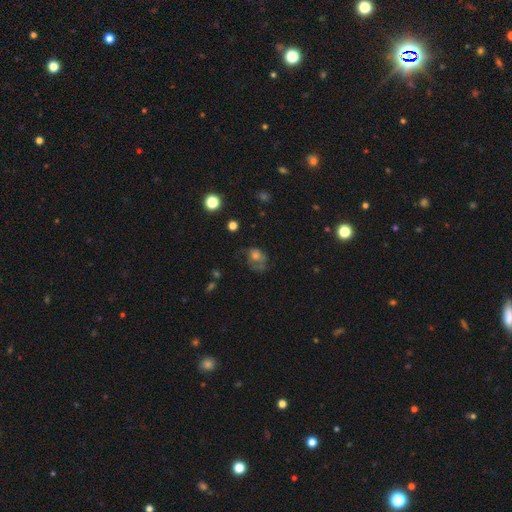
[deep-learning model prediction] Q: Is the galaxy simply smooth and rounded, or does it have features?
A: smooth — 59%.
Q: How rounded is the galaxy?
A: round — 51%.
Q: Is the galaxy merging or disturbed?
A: none — 37%.